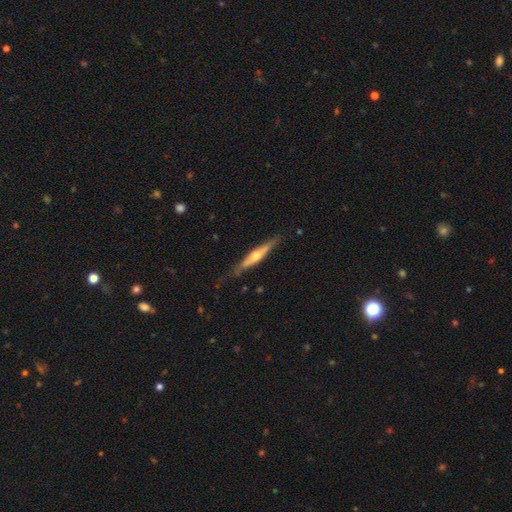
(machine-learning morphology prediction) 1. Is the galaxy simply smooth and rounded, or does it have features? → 60% featured or disk, 34% smooth, 5% star or artifact.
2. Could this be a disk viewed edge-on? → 92% yes, 8% no.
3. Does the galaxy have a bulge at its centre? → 86% rounded, 9% none, 5% boxy.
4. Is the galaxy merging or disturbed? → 77% none, 18% minor disturbance, 4% major disturbance, 2% merger.